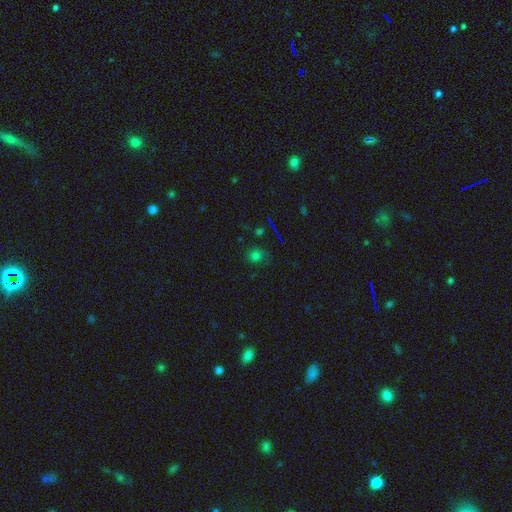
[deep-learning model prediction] The model was most divided on "smooth or featured": smooth: 68%, star or artifact: 25%, featured or disk: 7%. More confident: how rounded — round (81%); merging — none (76%).